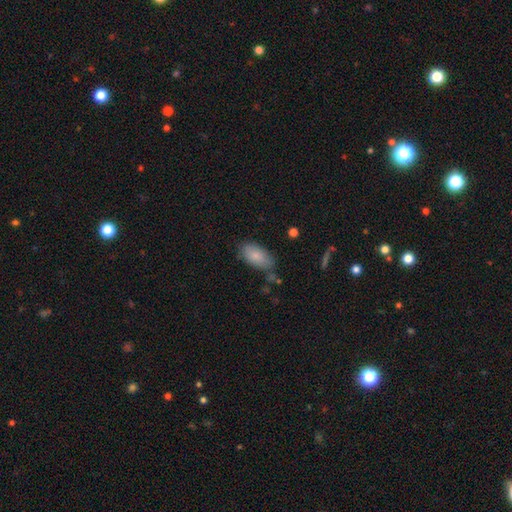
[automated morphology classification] A smooth galaxy with no disk features (86%) that is in between round and cigar-shaped (93%).

Vote fractions:
- Smooth or featured? smooth: 86% / featured or disk: 8% / star or artifact: 7%
- How rounded? in between: 93% / cigar-shaped: 5% / round: 3%
- Merging? none: 68% / minor disturbance: 22% / major disturbance: 5% / merger: 5%